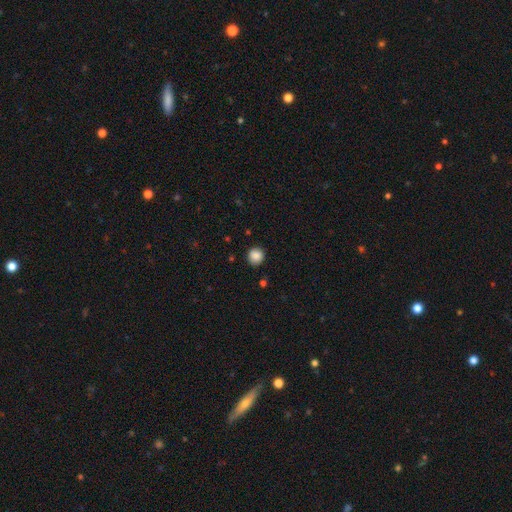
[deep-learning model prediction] Smooth or featured?
  - smooth: 87% *
  - star or artifact: 10%
  - featured or disk: 3%
How rounded?
  - round: 92% *
  - in between: 7%
  - cigar-shaped: 1%
Merging?
  - none: 88% *
  - minor disturbance: 8%
  - major disturbance: 2%
  - merger: 1%